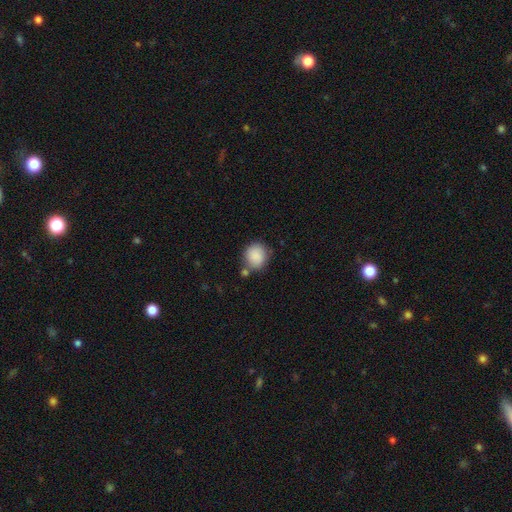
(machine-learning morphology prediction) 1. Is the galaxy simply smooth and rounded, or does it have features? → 88% smooth, 7% star or artifact, 4% featured or disk.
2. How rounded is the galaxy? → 76% round, 23% in between, 1% cigar-shaped.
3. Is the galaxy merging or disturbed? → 69% none, 14% minor disturbance, 12% merger, 4% major disturbance.